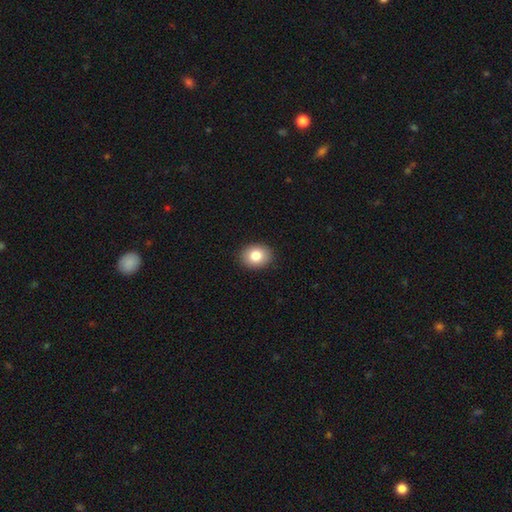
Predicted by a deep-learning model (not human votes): This is clearly a smooth galaxy (83%). How rounded: possibly in between (58%). Merging: clearly none (91%).